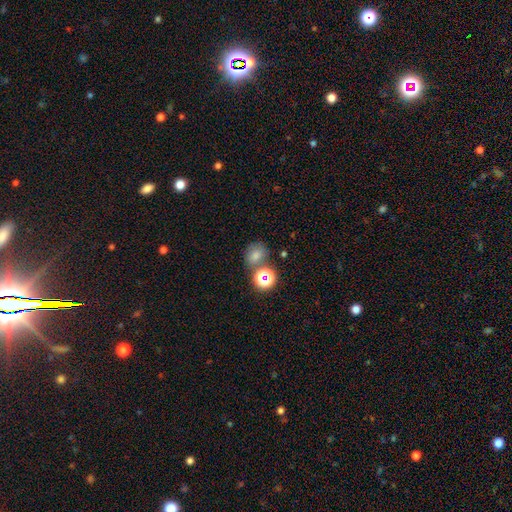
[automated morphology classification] Smooth or featured? Predicted: smooth (p=0.68). How rounded? Predicted: round (p=0.53). Merging? Predicted: none (p=0.60).